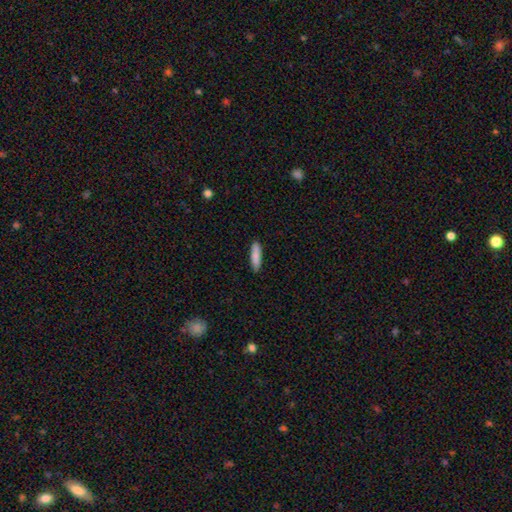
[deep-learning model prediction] smooth 87%, featured or disk 7%, star or artifact 6%. Down the decision tree: how rounded — cigar-shaped (76%); merging — none (89%).